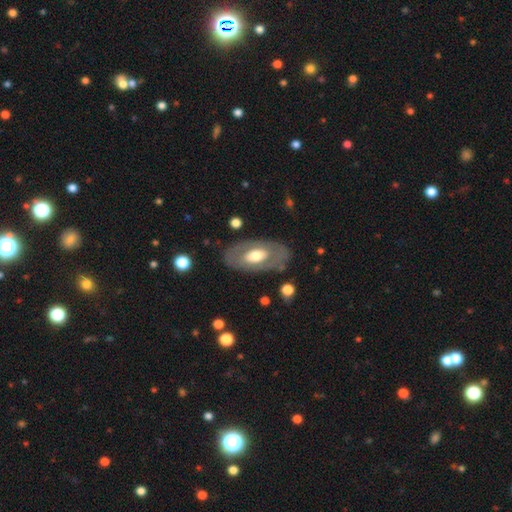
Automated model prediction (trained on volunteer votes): smooth-or-featured: featured or disk: 51% | smooth: 44% | star or artifact: 5%
  disk-edge-on: no: 87% | yes: 13%
  merging: none: 78% | minor disturbance: 13% | major disturbance: 7% | merger: 2%